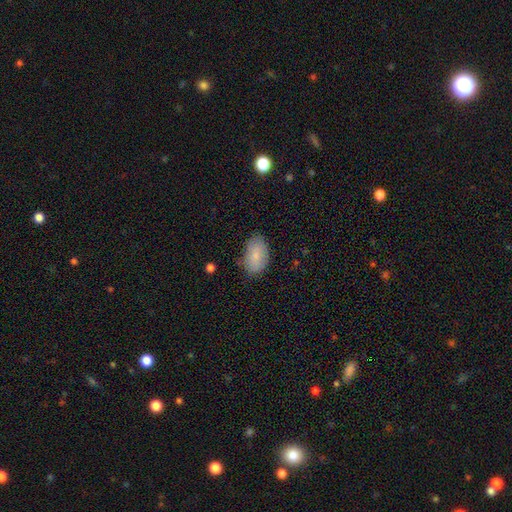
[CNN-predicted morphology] smooth-or-featured: smooth: 82% | featured or disk: 11% | star or artifact: 7%
  how-rounded: in between: 92% | round: 6% | cigar-shaped: 2%
  merging: none: 76% | minor disturbance: 19% | major disturbance: 4% | merger: 1%